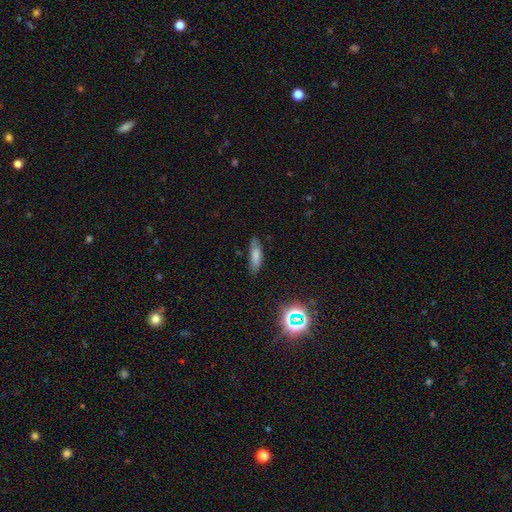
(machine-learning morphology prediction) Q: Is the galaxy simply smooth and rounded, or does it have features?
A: smooth — 72%.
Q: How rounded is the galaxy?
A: cigar-shaped — 54%.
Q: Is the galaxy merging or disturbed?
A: none — 75%.